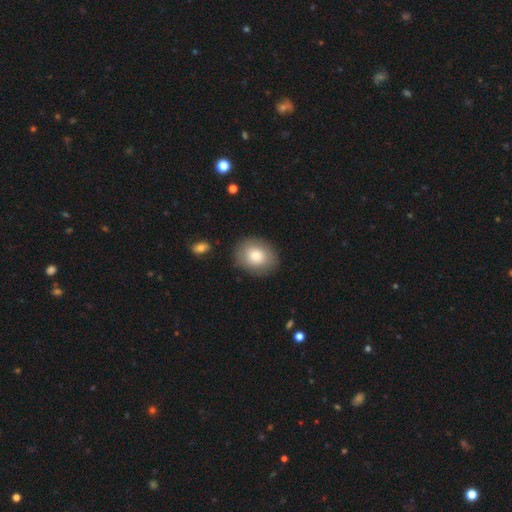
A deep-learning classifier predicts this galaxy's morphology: type=smooth (81%); roundness=round (50%); merging=none (83%).